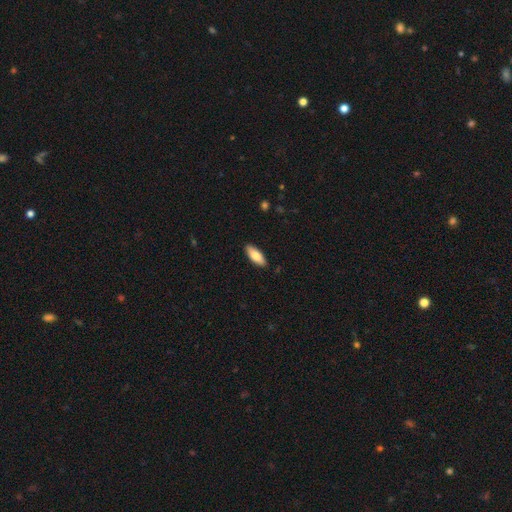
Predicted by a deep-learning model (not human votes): smooth_or_featured: smooth (p=0.82) [alt: featured or disk p=0.13]
how_rounded: in between (p=0.76) [alt: cigar-shaped p=0.22]
merging: none (p=0.89) [alt: minor disturbance p=0.09]